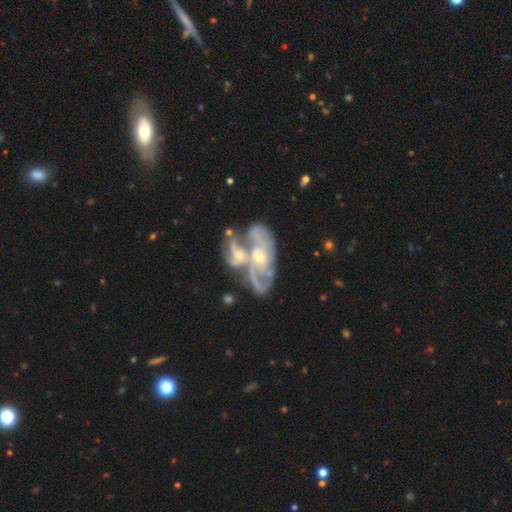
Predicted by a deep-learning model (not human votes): Morphology: type=featured or disk (80%); edge-on=no (94%); bar=no (65%); spiral arms=yes (82%); winding=tight (42%); arm count=can't tell (39%); bulge=small (53%); merging=merger (61%).